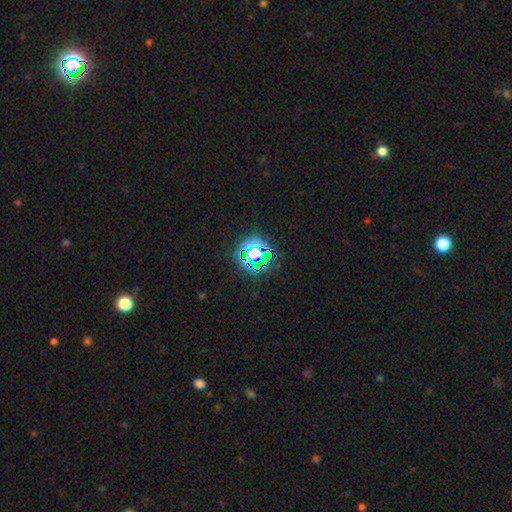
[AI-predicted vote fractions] Smooth or featured? Predicted: star or artifact (p=0.73).